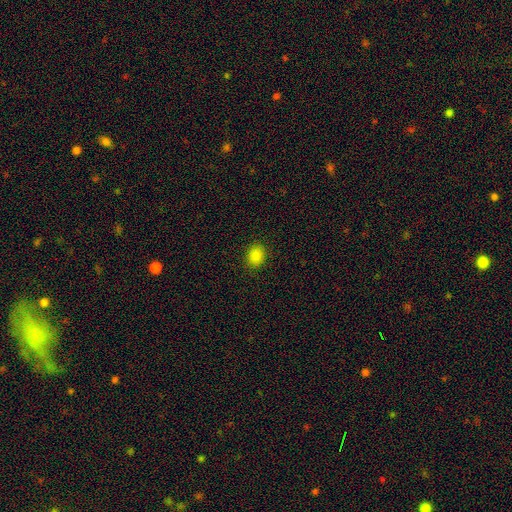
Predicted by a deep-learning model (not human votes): This appears to be a smooth galaxy with no disk features (86%) that is in between round and cigar-shaped (59%). Merging: none (89%).